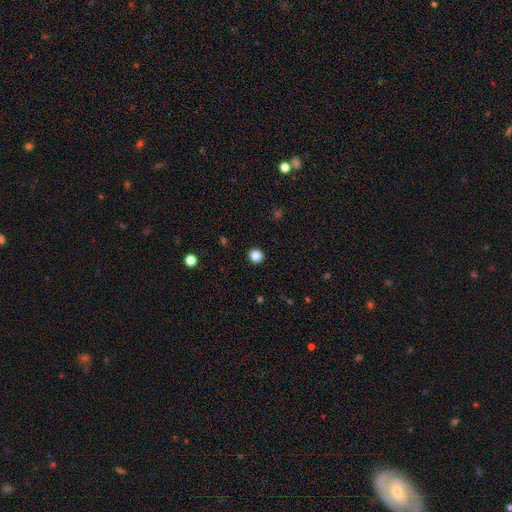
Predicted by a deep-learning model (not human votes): smooth-or-featured: smooth: 86% | star or artifact: 11% | featured or disk: 3%
  how-rounded: round: 92% | in between: 7% | cigar-shaped: 1%
  merging: none: 93% | minor disturbance: 5% | major disturbance: 2% | merger: 1%